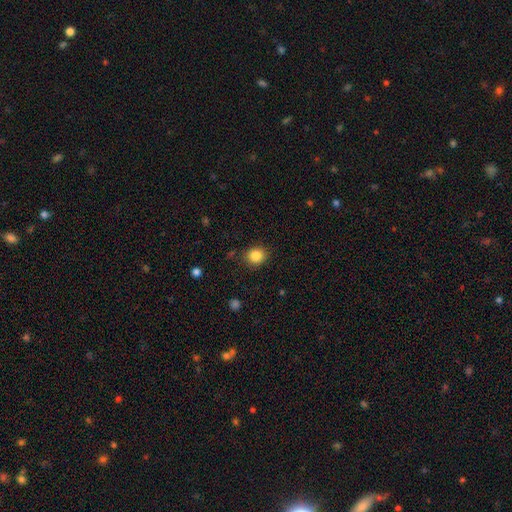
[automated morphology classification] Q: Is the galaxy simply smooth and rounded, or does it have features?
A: smooth — 85%.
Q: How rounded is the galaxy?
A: round — 78%.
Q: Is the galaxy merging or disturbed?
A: none — 87%.